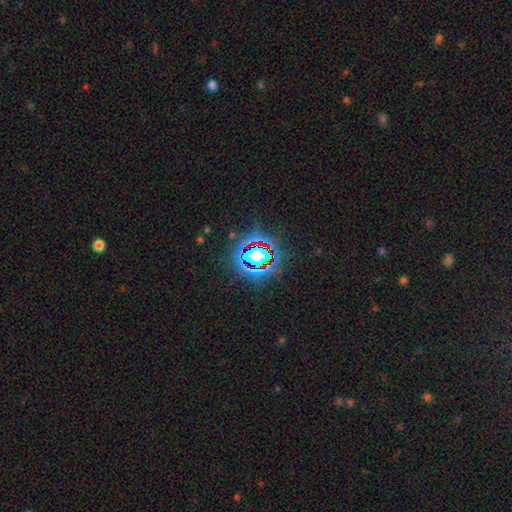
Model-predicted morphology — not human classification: type=star or artifact (80%).